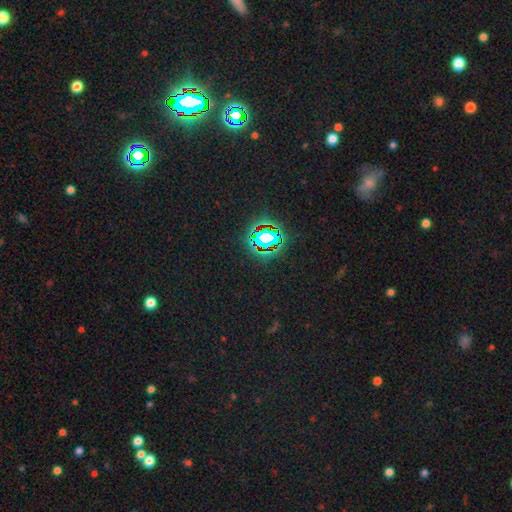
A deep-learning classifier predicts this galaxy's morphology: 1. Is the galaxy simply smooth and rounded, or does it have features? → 80% star or artifact, 13% smooth, 7% featured or disk.